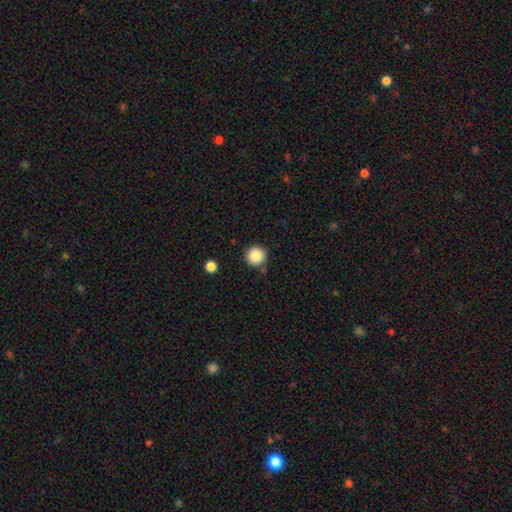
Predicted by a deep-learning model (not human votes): This is clearly a smooth galaxy (86%). How rounded: clearly round (95%). Merging: clearly none (82%).